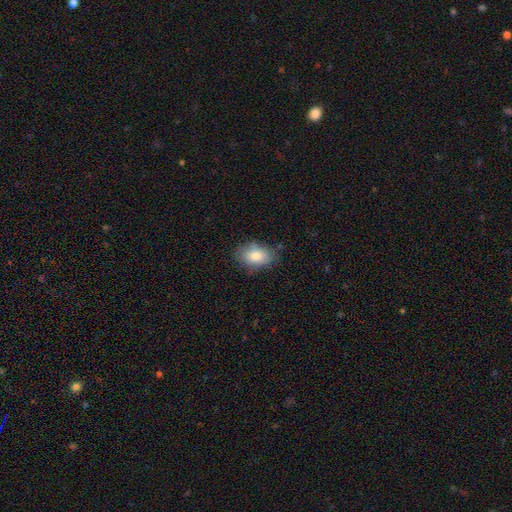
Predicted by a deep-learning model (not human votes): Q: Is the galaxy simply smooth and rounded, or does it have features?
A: smooth — 80%.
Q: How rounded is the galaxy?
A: in between — 84%.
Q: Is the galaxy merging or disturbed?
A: none — 74%.